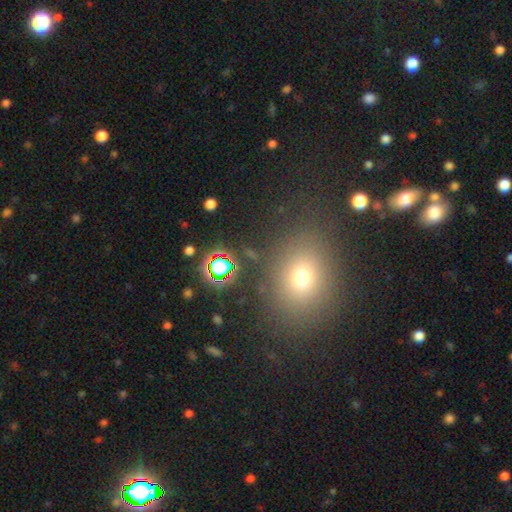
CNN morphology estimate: The model was most divided on "how rounded": in between: 52%, round: 46%, cigar-shaped: 2%. More confident: merging — none (85%); smooth or featured — smooth (57%).